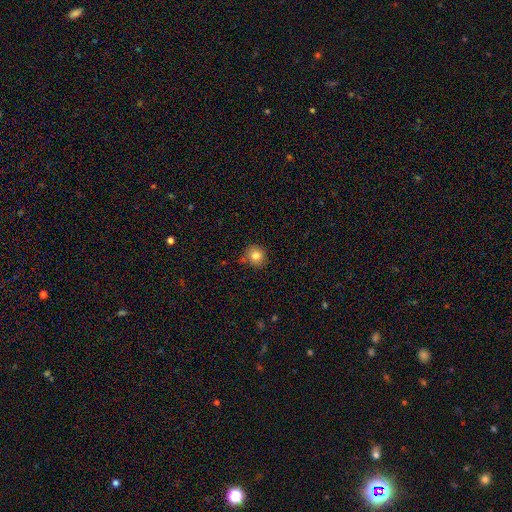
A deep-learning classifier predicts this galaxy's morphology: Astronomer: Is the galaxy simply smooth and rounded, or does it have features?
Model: smooth — 82%.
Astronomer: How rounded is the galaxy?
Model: round — 93%.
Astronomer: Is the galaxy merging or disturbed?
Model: none — 81%.